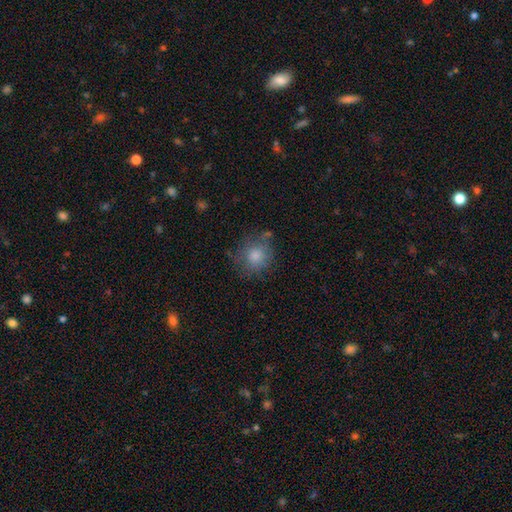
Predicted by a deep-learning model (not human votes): Q: Smooth or featured?
A: smooth (81%); runner-up: featured or disk (10%)
Q: How rounded?
A: round (85%); runner-up: in between (14%)
Q: Merging?
A: none (67%); runner-up: minor disturbance (21%)